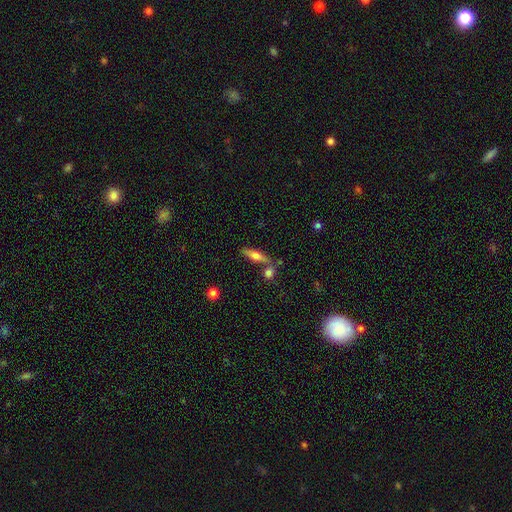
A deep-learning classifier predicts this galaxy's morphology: Smooth or featured? smooth (49%)
Merging? none (65%)